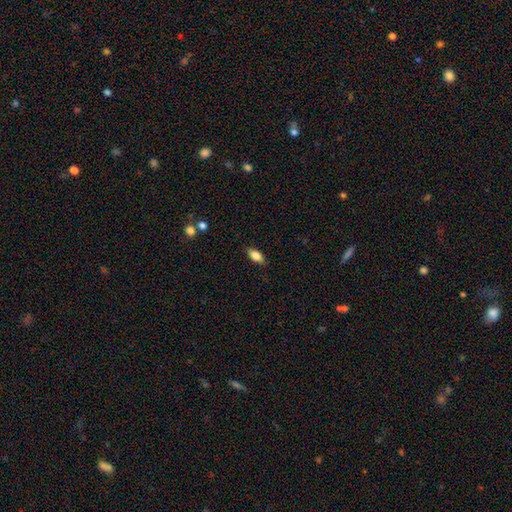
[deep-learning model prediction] Smooth or featured?
  - smooth: 77% *
  - featured or disk: 15%
  - star or artifact: 8%
How rounded?
  - in between: 81% *
  - cigar-shaped: 15%
  - round: 3%
Merging?
  - none: 86% *
  - minor disturbance: 11%
  - major disturbance: 2%
  - merger: 1%